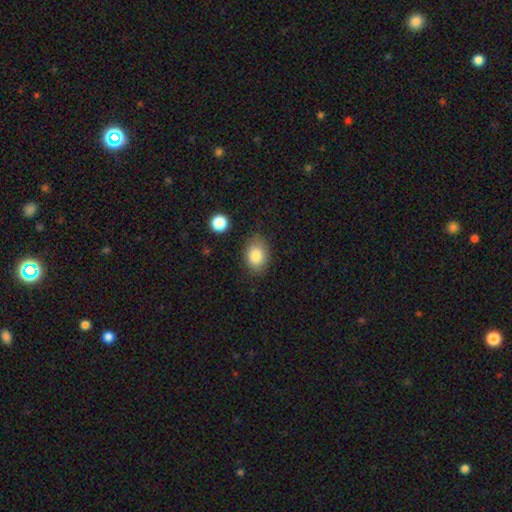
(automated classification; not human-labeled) Smooth or featured? Predicted: smooth (p=0.84). How rounded? Predicted: in between (p=0.76). Merging? Predicted: none (p=0.75).